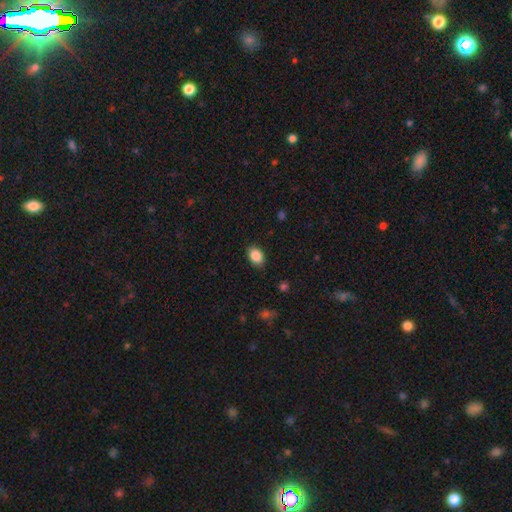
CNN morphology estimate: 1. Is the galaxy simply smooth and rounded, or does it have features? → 88% smooth, 8% star or artifact, 4% featured or disk.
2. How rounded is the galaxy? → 80% in between, 19% round, 1% cigar-shaped.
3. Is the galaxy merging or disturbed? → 86% none, 11% minor disturbance, 2% major disturbance, 1% merger.